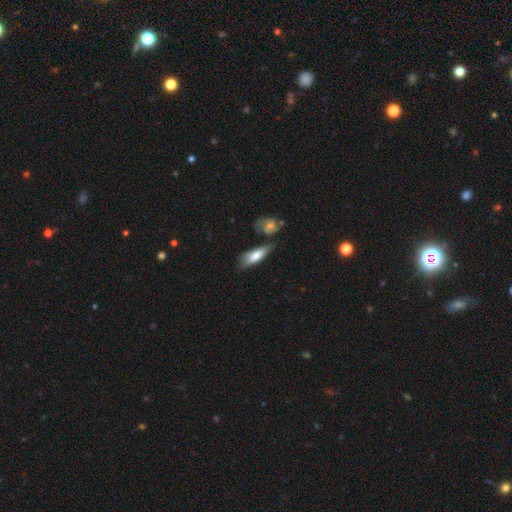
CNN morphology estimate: type=smooth (67%); roundness=in between (59%); merging=none (53%).